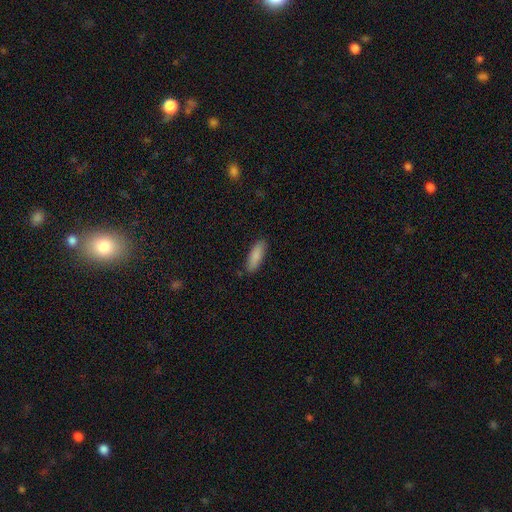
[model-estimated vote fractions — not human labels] Morphology: type=smooth (87%); roundness=in between (56%); merging=none (86%).